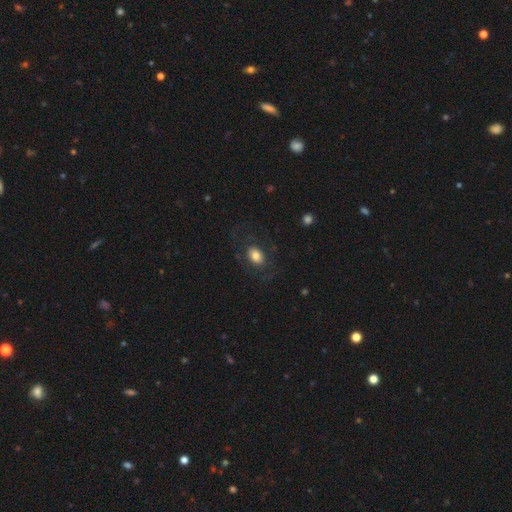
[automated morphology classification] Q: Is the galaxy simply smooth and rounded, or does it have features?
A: smooth — 74%.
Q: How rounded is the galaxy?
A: in between — 76%.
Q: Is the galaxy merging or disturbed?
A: none — 72%.